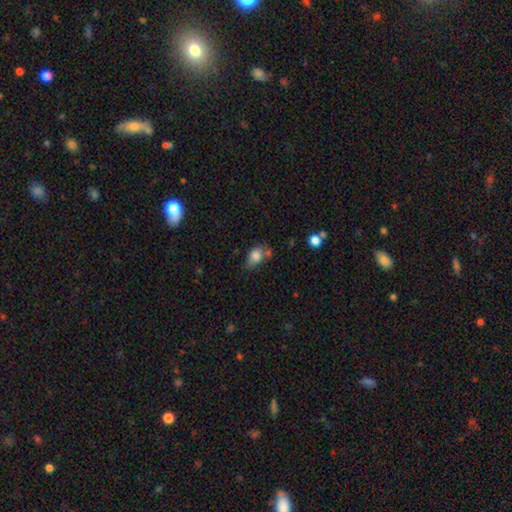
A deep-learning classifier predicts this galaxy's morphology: Smooth or featured? smooth (79%)
How rounded? in between (75%)
Merging? none (44%)